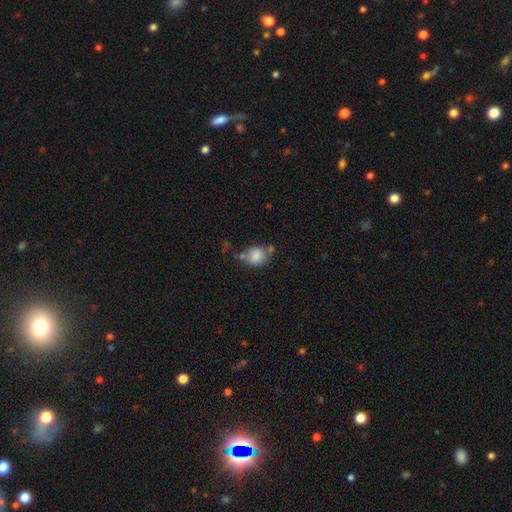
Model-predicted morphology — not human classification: smooth 81%, featured or disk 10%, star or artifact 9%. Down the decision tree: how rounded — round (57%); merging — none (46%).